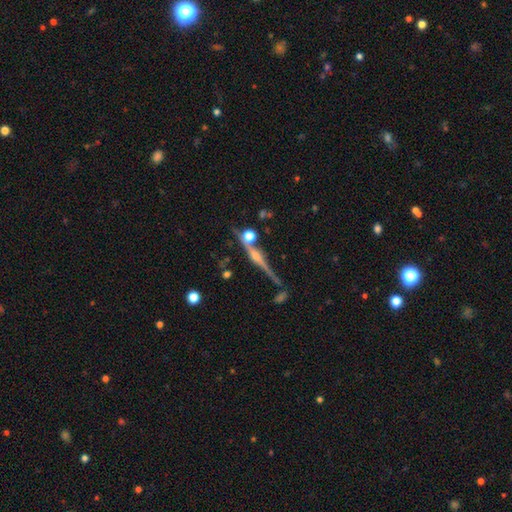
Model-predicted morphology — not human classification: Smooth or featured? featured or disk (79%)
Edge-on disk? yes (94%)
Edge-on bulge? rounded (85%)
Merging? none (72%)